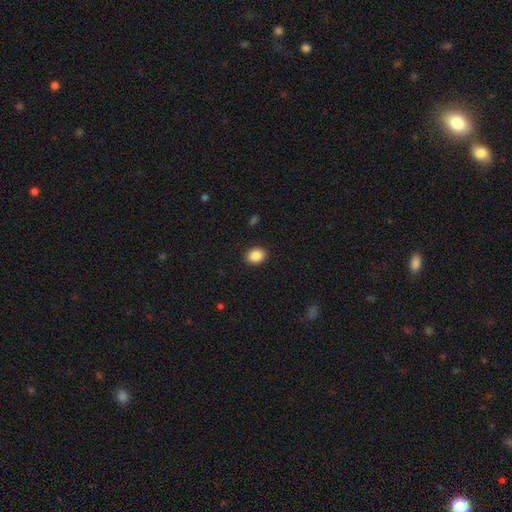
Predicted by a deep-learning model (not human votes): Smooth or featured?
  - smooth: 87% *
  - star or artifact: 9%
  - featured or disk: 4%
How rounded?
  - round: 55% *
  - in between: 44%
  - cigar-shaped: 1%
Merging?
  - none: 91% *
  - minor disturbance: 6%
  - major disturbance: 2%
  - merger: 1%